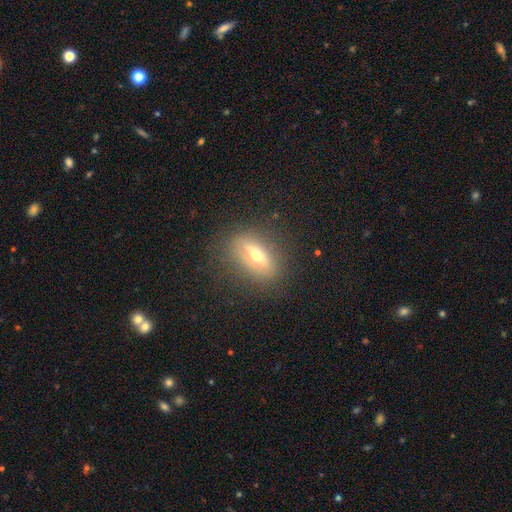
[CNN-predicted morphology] smooth-or-featured: featured or disk: 53% | smooth: 37% | star or artifact: 10%
  disk-edge-on: yes: 57% | no: 43%
  merging: none: 81% | minor disturbance: 12% | major disturbance: 5% | merger: 1%